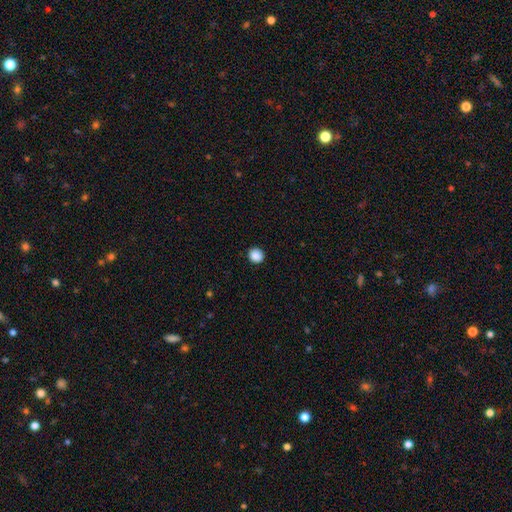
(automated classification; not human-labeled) smooth-or-featured: smooth: 88% | star or artifact: 9% | featured or disk: 2%
  how-rounded: round: 87% | in between: 13% | cigar-shaped: 1%
  merging: none: 91% | minor disturbance: 6% | major disturbance: 2% | merger: 1%